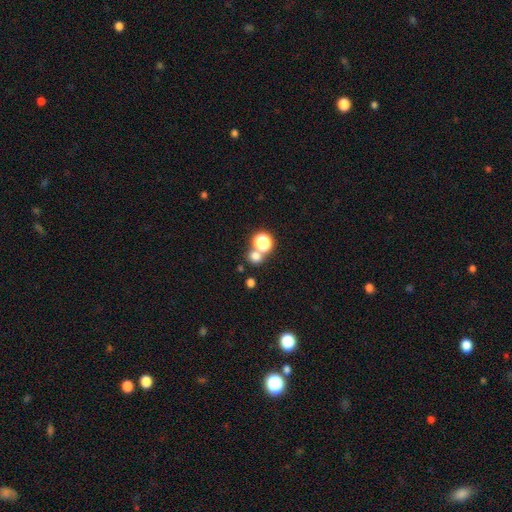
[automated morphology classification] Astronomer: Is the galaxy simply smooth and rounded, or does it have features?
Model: smooth — 70%.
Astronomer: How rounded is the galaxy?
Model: round — 84%.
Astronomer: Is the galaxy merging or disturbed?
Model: none — 62%.